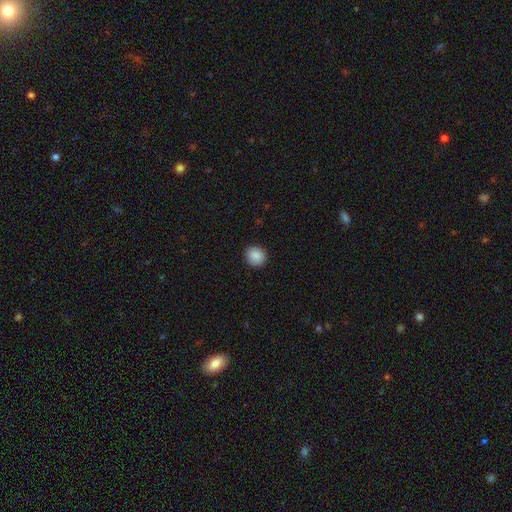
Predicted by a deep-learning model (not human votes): This appears to be a smooth galaxy with no disk features (89%) that is round (81%). Merging: none (91%).